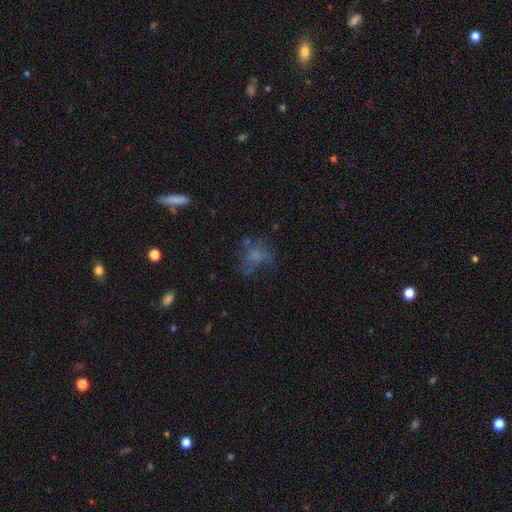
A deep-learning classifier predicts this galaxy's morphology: This appears to be a smooth galaxy with no disk features (41%). Merging: none (44%).